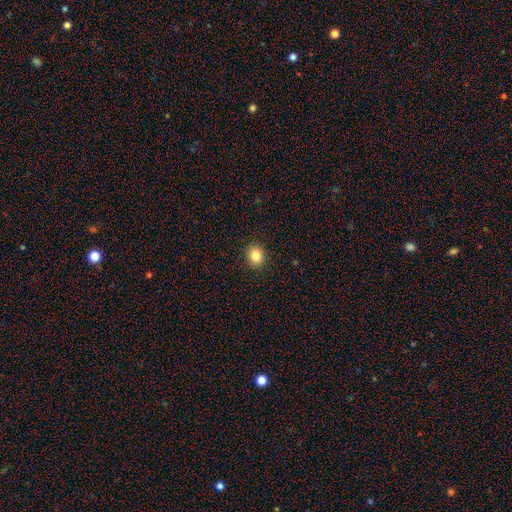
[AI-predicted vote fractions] Q: Smooth or featured?
A: smooth (84%); runner-up: star or artifact (11%)
Q: How rounded?
A: round (70%); runner-up: in between (29%)
Q: Merging?
A: none (91%); runner-up: minor disturbance (6%)